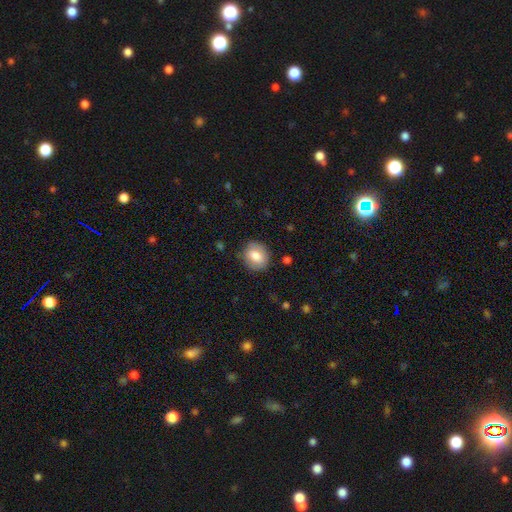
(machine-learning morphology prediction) Smooth or featured? Predicted: smooth (p=0.78). How rounded? Predicted: round (p=0.66). Merging? Predicted: none (p=0.84).